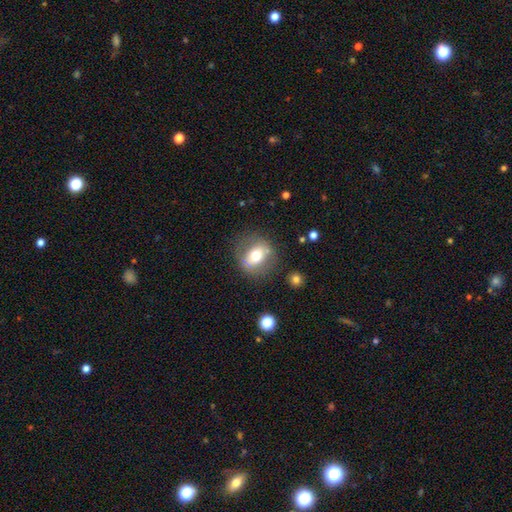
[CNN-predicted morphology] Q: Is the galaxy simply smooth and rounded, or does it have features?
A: smooth — 56%.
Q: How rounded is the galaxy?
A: round — 61%.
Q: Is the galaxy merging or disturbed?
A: none — 75%.